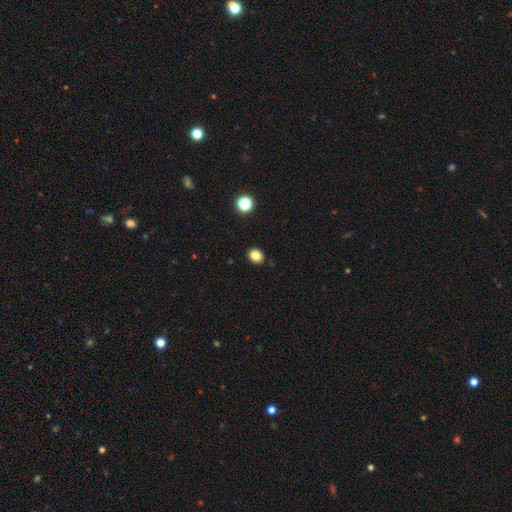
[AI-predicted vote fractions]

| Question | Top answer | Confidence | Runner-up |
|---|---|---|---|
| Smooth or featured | smooth | 83% | star or artifact (12%) |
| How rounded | round | 60% | in between (39%) |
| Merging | none | 90% | minor disturbance (7%) |